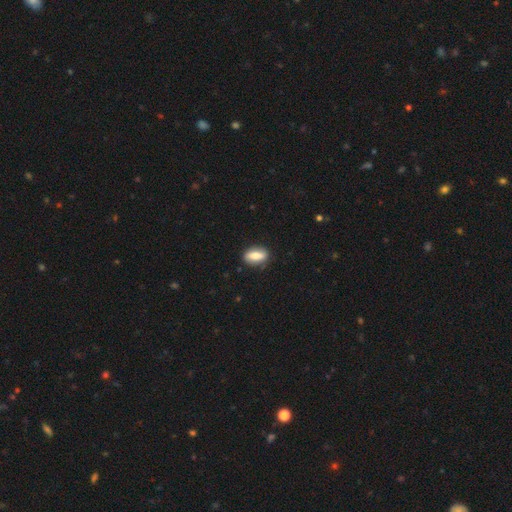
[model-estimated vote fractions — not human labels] A smooth galaxy with no disk features (72%) that is in between round and cigar-shaped (82%).

Vote fractions:
- Smooth or featured? smooth: 72% / featured or disk: 21% / star or artifact: 7%
- How rounded? in between: 82% / cigar-shaped: 11% / round: 7%
- Merging? none: 84% / minor disturbance: 12% / major disturbance: 3% / merger: 1%